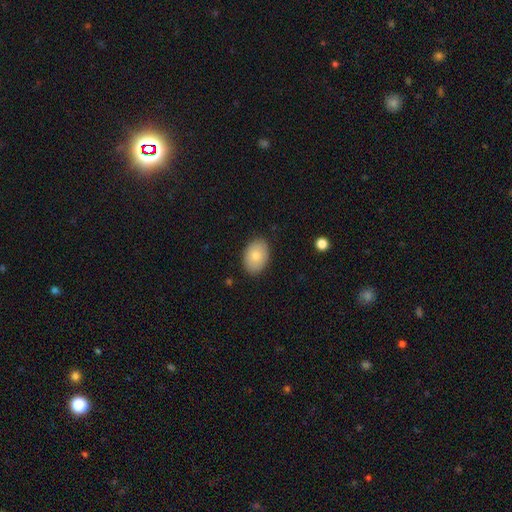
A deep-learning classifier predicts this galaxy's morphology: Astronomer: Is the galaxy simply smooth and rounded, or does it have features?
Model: smooth — 80%.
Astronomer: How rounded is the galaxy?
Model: in between — 81%.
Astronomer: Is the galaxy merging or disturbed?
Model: none — 87%.